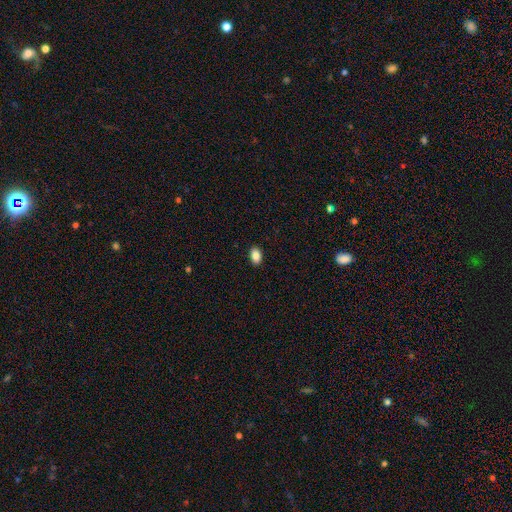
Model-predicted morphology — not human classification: Smooth or featured: smooth — 87% (star or artifact — 8%)
How rounded: in between — 88% (round — 11%)
Merging: none — 90% (minor disturbance — 7%)